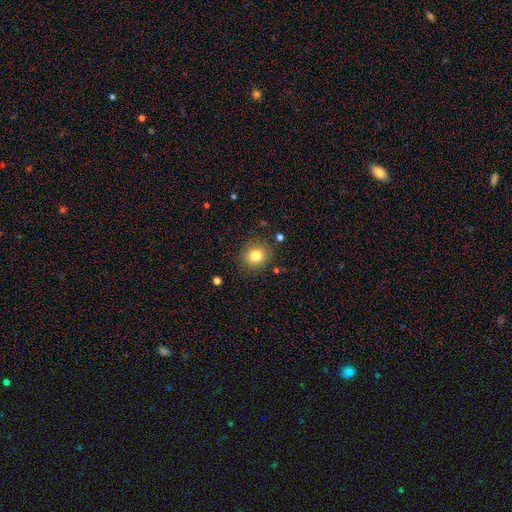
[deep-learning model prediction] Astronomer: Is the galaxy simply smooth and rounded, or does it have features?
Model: smooth — 81%.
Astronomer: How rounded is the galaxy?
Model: round — 80%.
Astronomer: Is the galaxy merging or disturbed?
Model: none — 86%.